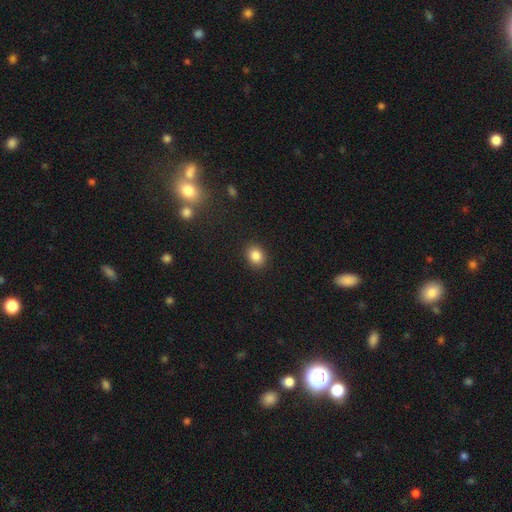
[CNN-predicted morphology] A smooth galaxy with no disk features (85%) that is round (51%).

Vote fractions:
- Smooth or featured? smooth: 85% / star or artifact: 10% / featured or disk: 5%
- How rounded? round: 51% / in between: 48% / cigar-shaped: 1%
- Merging? none: 90% / minor disturbance: 7% / major disturbance: 2% / merger: 1%